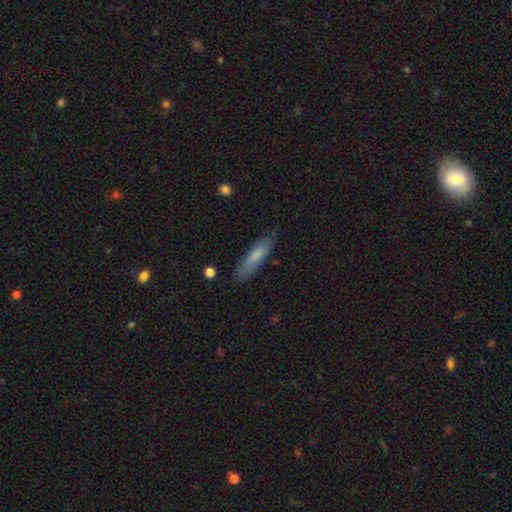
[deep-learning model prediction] Smooth or featured?
  - smooth: 75% *
  - featured or disk: 19%
  - star or artifact: 6%
How rounded?
  - cigar-shaped: 74% *
  - in between: 25%
  - round: 1%
Merging?
  - none: 81% *
  - minor disturbance: 15%
  - major disturbance: 3%
  - merger: 2%